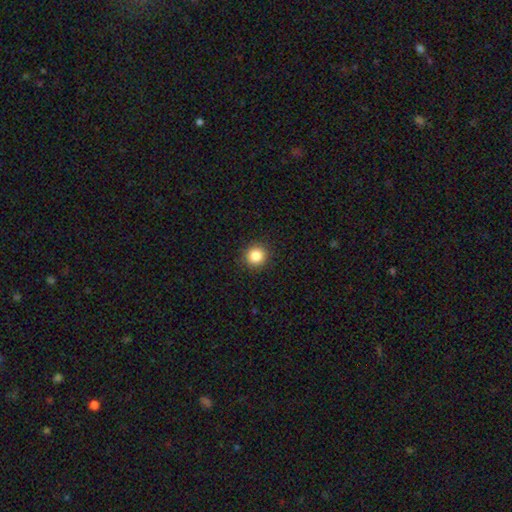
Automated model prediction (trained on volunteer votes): Smooth or featured? Predicted: smooth (p=0.86). How rounded? Predicted: round (p=0.93). Merging? Predicted: none (p=0.92).